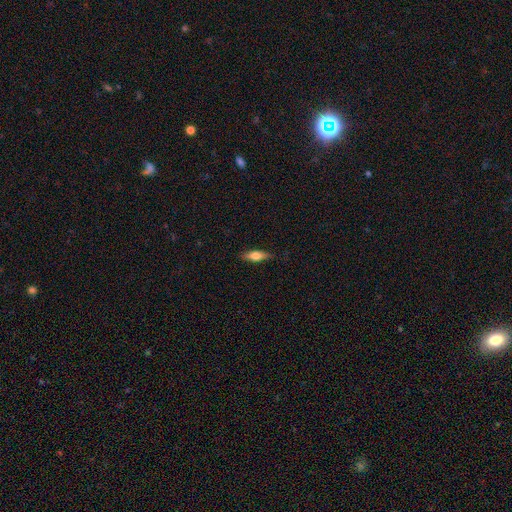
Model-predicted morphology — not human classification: smooth-or-featured: smooth: 61% | featured or disk: 33% | star or artifact: 6%
  how-rounded: in between: 49% | cigar-shaped: 48% | round: 3%
  merging: none: 84% | minor disturbance: 12% | major disturbance: 2% | merger: 1%